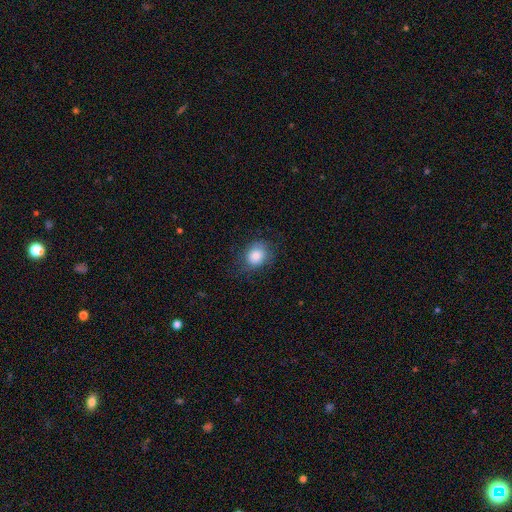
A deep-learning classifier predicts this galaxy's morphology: Smooth or featured?
  - smooth: 78% *
  - featured or disk: 14%
  - star or artifact: 9%
How rounded?
  - round: 59% *
  - in between: 40%
  - cigar-shaped: 1%
Merging?
  - none: 69% *
  - minor disturbance: 21%
  - major disturbance: 9%
  - merger: 1%